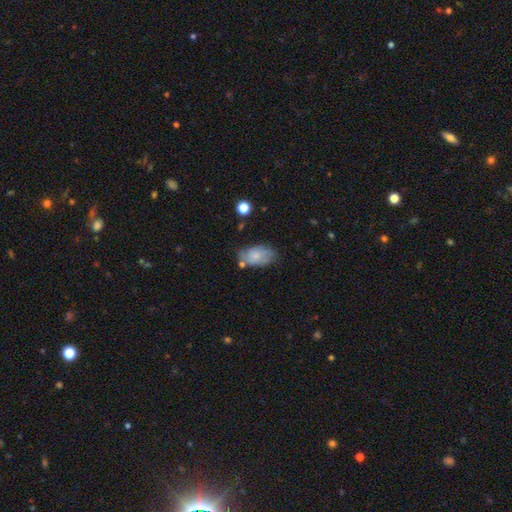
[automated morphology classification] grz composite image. It shows a smooth galaxy with no disk features (69%) that is in between round and cigar-shaped (91%). Merging: none (56%).